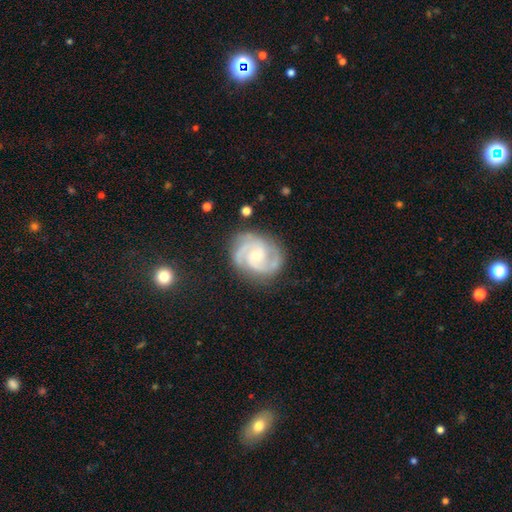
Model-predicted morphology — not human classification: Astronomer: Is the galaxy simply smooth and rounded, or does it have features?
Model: featured or disk — 90%.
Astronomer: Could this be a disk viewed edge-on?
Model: no — 98%.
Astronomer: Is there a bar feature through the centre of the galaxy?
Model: no — 61%.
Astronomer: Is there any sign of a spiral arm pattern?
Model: yes — 98%.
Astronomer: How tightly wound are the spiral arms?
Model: medium — 48% (runner-up: tight, 44%).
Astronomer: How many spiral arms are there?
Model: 2 — 48% (runner-up: 3, 36%).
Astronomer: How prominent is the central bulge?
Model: small — 50% (runner-up: moderate, 47%).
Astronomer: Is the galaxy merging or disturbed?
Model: none — 80%.